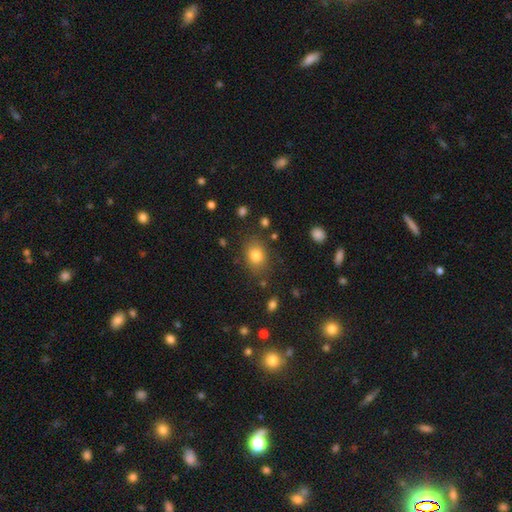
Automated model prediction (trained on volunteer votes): Smooth or featured: smooth — 81% (star or artifact — 11%)
How rounded: in between — 55% (round — 44%)
Merging: none — 80% (minor disturbance — 12%)